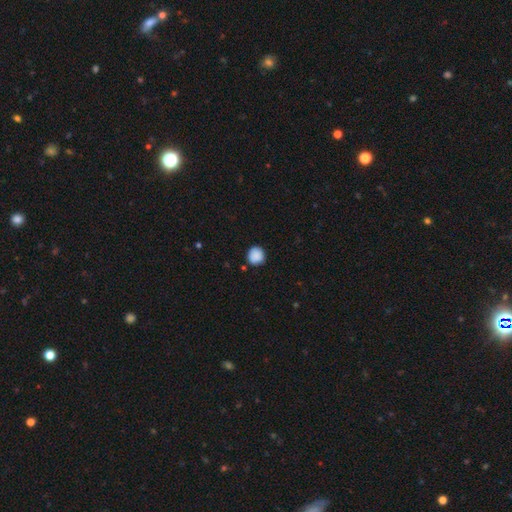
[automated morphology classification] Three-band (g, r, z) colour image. It shows a smooth galaxy with no disk features (89%) that is round (90%). Merging: none (84%).